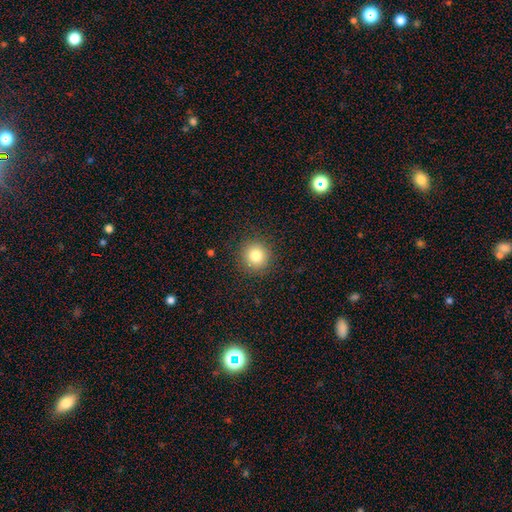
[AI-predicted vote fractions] Morphology: type=smooth (81%); roundness=round (94%); merging=none (90%).